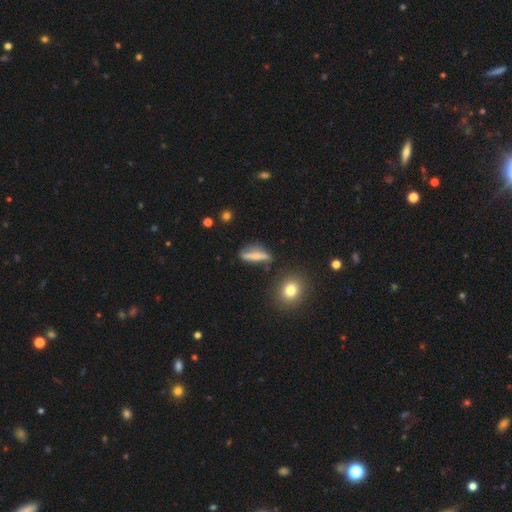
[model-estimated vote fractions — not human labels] Overall: featured or disk (47%; smooth 43%). Merging: none (69%).